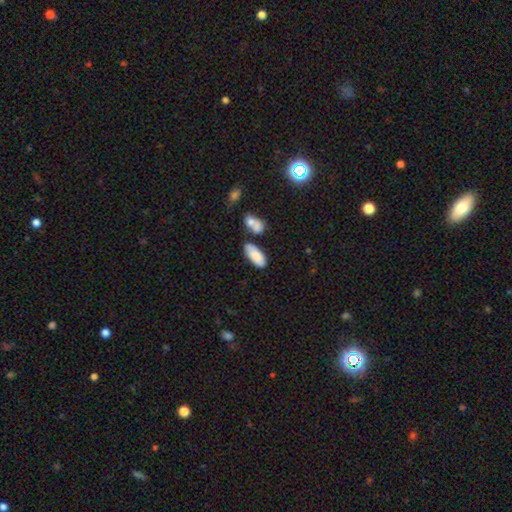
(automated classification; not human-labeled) The model was most divided on "merging": none: 69%, minor disturbance: 15%, merger: 13%, major disturbance: 4%. More confident: how rounded — in between (88%); smooth or featured — smooth (84%).